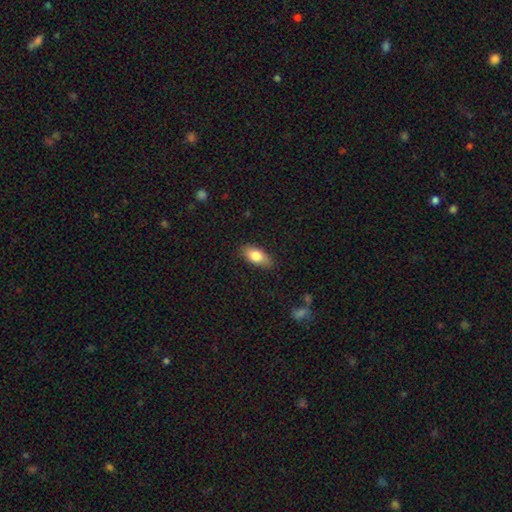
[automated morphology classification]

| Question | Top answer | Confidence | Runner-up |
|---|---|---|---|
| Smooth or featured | smooth | 79% | featured or disk (14%) |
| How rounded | in between | 86% | cigar-shaped (10%) |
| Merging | none | 84% | minor disturbance (13%) |